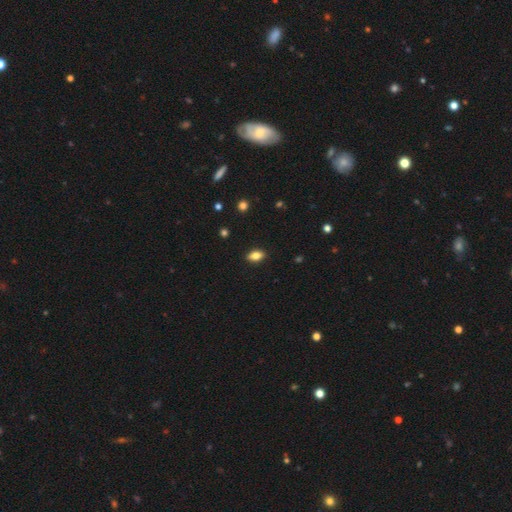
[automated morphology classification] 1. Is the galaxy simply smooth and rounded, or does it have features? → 82% smooth, 9% featured or disk, 9% star or artifact.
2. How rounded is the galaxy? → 87% in between, 10% round, 3% cigar-shaped.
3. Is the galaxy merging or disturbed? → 89% none, 8% minor disturbance, 2% major disturbance, 1% merger.